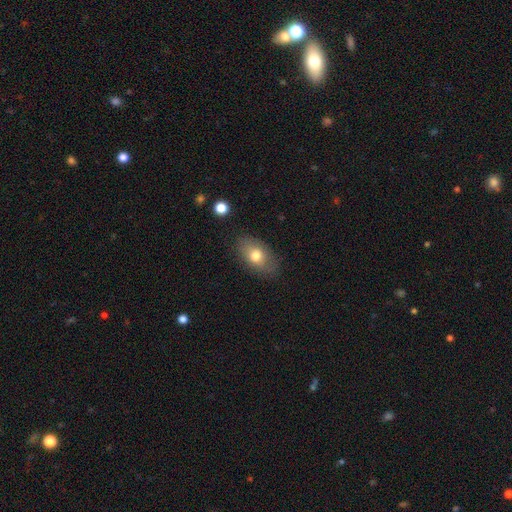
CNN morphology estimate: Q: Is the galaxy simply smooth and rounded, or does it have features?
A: smooth — 73%.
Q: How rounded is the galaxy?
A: in between — 88%.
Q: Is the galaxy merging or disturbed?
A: none — 81%.